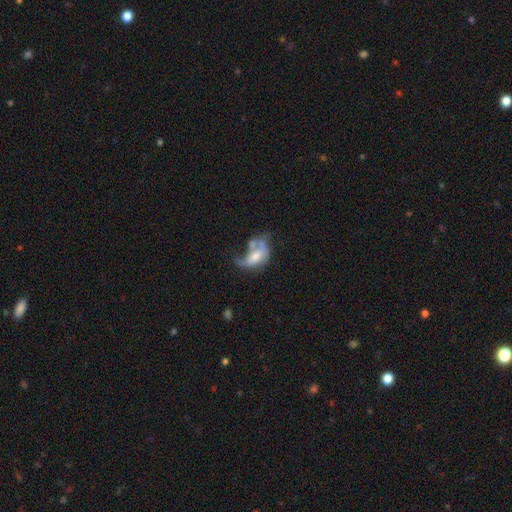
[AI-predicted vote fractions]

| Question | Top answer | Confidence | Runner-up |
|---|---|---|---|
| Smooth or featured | featured or disk | 47% | smooth (44%) |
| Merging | major disturbance | 36% | merger (32%) |